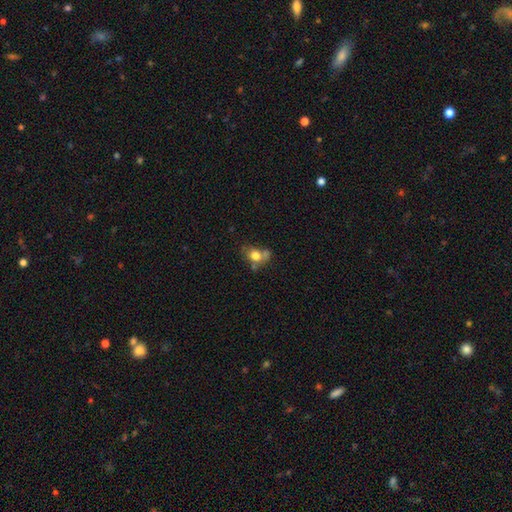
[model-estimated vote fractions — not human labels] Smooth or featured: smooth — 72% (featured or disk — 17%)
How rounded: round — 53% (in between — 45%)
Merging: none — 37% (merger — 32%)